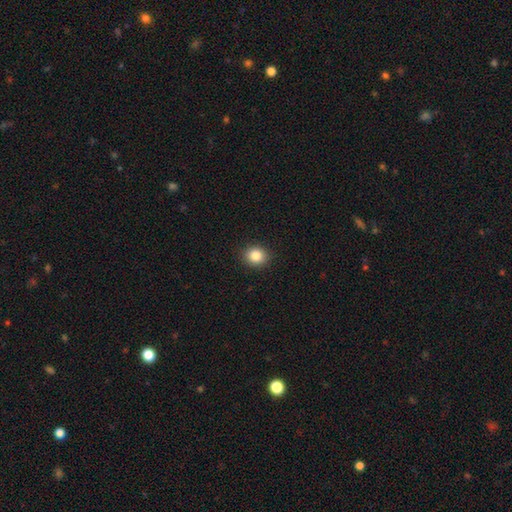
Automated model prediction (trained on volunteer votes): Overall: smooth (84%). How rounded: round (74%). Merging: none (91%).